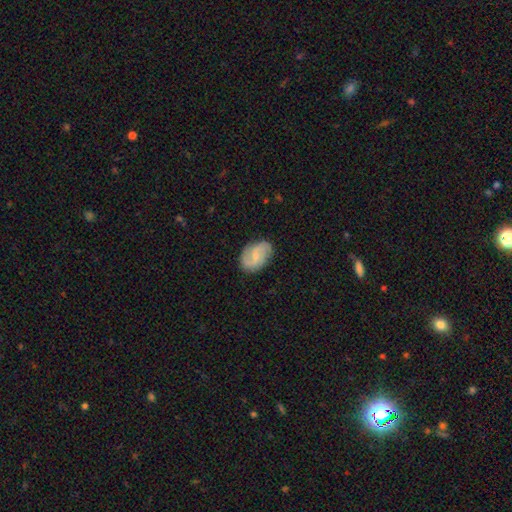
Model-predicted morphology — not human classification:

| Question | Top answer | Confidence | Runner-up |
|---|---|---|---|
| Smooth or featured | featured or disk | 69% | smooth (25%) |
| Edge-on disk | no | 97% | yes (3%) |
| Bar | weak | 55% | no (31%) |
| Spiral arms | yes | 93% | no (7%) |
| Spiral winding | medium | 43% | loose (40%) |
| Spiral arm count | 2 | 87% | can't tell (6%) |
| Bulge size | small | 57% | moderate (21%) |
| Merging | none | 81% | minor disturbance (14%) |